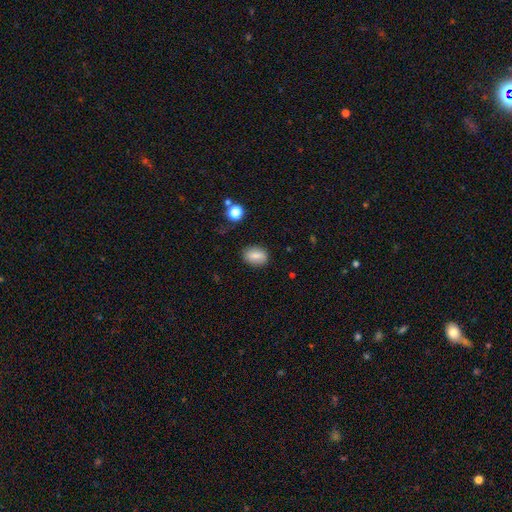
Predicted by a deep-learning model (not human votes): The model was most divided on "how rounded": in between: 77%, round: 21%, cigar-shaped: 2%. More confident: merging — none (82%); smooth or featured — smooth (81%).